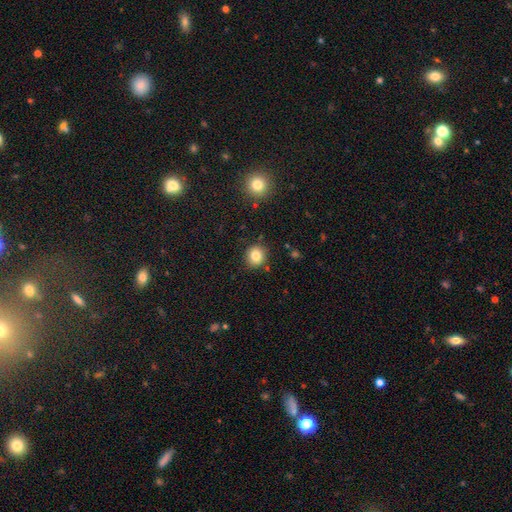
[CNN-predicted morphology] A smooth galaxy with no disk features (83%) that is round (87%).

Vote fractions:
- Smooth or featured? smooth: 83% / star or artifact: 11% / featured or disk: 6%
- How rounded? round: 87% / in between: 12% / cigar-shaped: 1%
- Merging? none: 87% / minor disturbance: 8% / merger: 2% / major disturbance: 2%